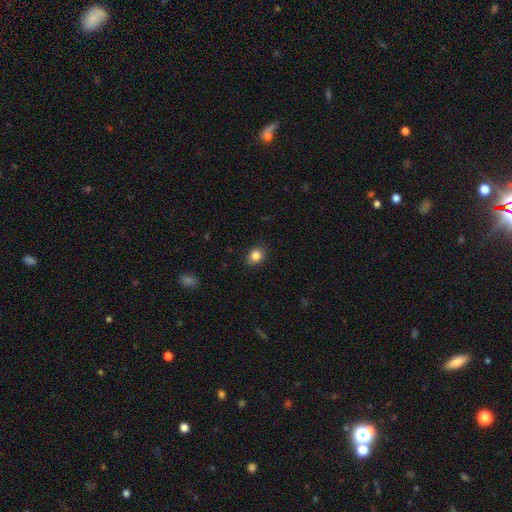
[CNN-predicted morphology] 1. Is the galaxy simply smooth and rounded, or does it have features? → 84% smooth, 10% star or artifact, 6% featured or disk.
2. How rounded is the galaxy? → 51% round, 48% in between, 1% cigar-shaped.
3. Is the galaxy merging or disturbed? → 85% none, 12% minor disturbance, 2% major disturbance, 1% merger.